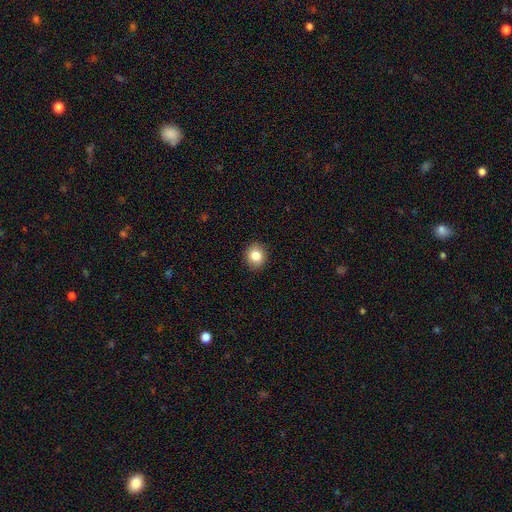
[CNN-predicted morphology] smooth 84%, star or artifact 9%, featured or disk 6%. Down the decision tree: how rounded — round (73%); merging — none (91%).